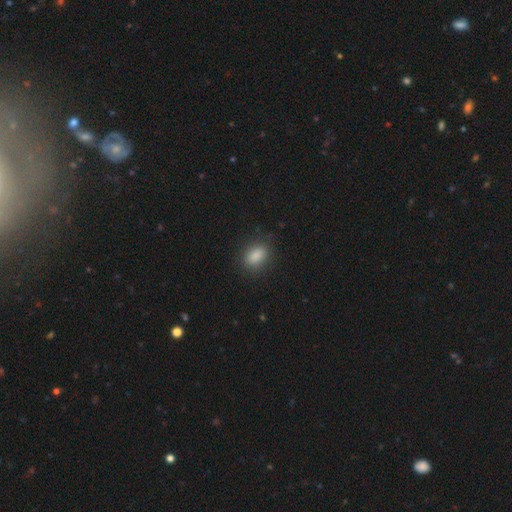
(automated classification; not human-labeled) This appears to be a smooth galaxy with no disk features (87%) that is in between round and cigar-shaped (82%). Merging: none (85%).